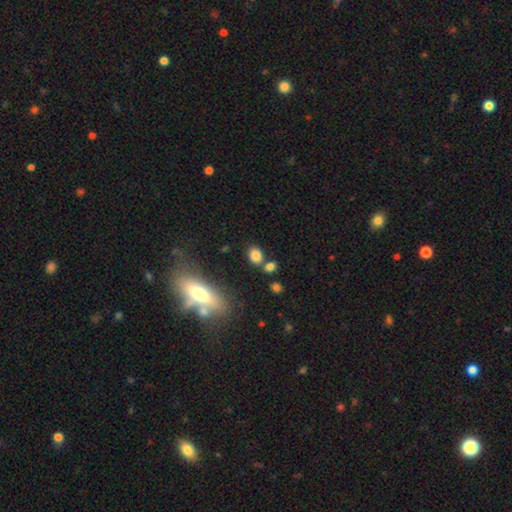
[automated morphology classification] type=smooth (83%); roundness=in between (63%); merging=none (69%).